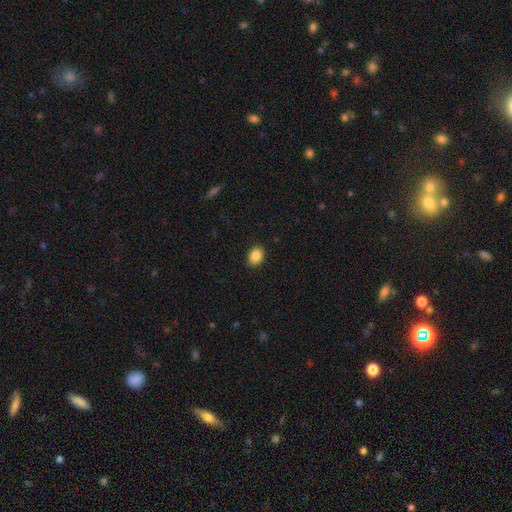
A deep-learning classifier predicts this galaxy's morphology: Smooth or featured? smooth (87%)
How rounded? in between (64%)
Merging? none (89%)